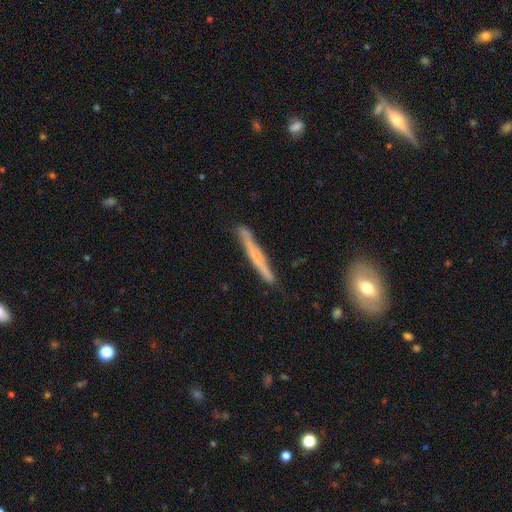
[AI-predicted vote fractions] Overall: featured or disk (49%; smooth 45%). Merging: none (83%).